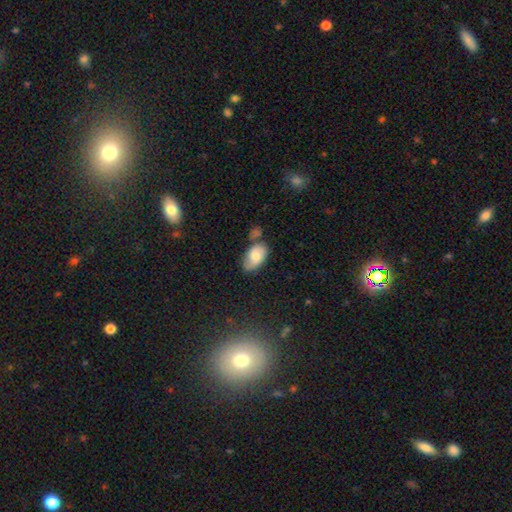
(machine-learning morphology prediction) The model was most divided on "merging": none: 56%, minor disturbance: 24%, merger: 13%, major disturbance: 7%. More confident: how rounded — in between (93%); smooth or featured — smooth (68%).